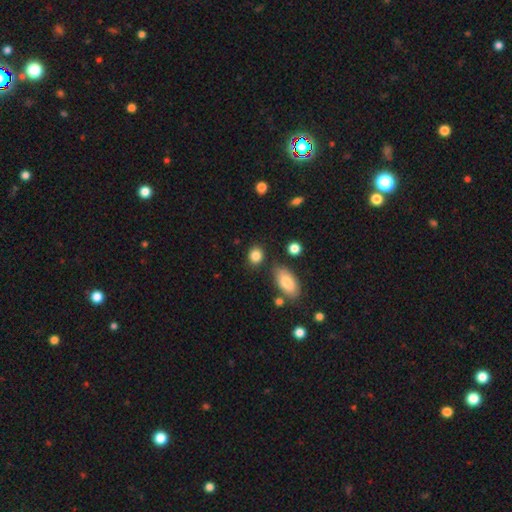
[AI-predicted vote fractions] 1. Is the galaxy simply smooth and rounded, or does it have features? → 86% smooth, 9% star or artifact, 5% featured or disk.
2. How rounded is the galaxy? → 65% round, 34% in between, 2% cigar-shaped.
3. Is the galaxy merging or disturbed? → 79% none, 12% minor disturbance, 5% merger, 3% major disturbance.